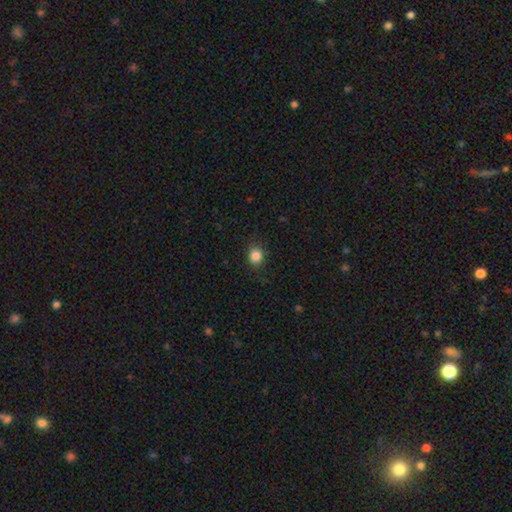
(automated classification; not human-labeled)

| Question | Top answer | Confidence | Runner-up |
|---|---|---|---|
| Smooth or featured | smooth | 85% | star or artifact (11%) |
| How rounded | round | 72% | in between (27%) |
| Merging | none | 86% | minor disturbance (10%) |